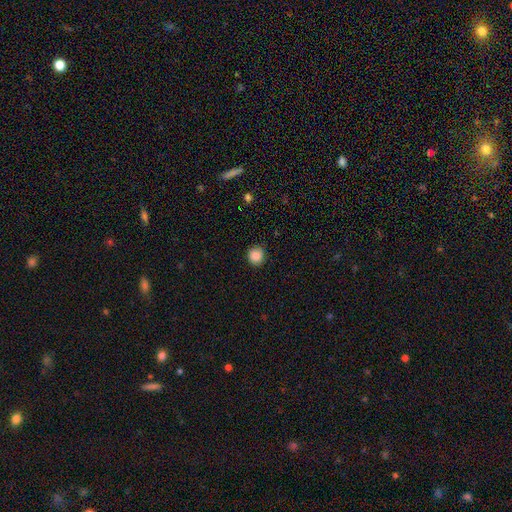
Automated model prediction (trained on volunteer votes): The model was most divided on "merging": none: 85%, minor disturbance: 12%, major disturbance: 2%, merger: 1%. More confident: how rounded — round (88%); smooth or featured — smooth (86%).